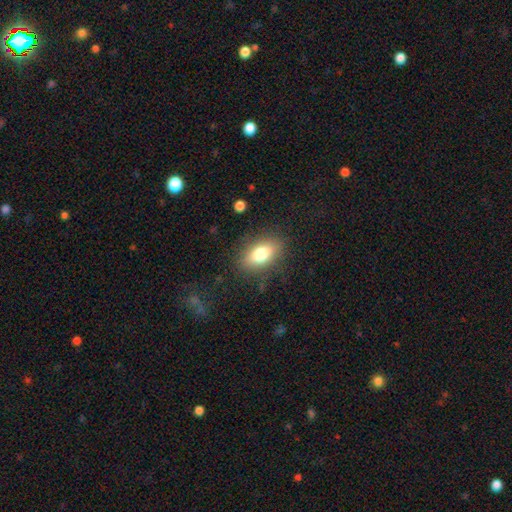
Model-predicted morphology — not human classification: The model was most divided on "smooth or featured": smooth: 77%, featured or disk: 15%, star or artifact: 8%. More confident: how rounded — in between (87%); merging — none (85%).